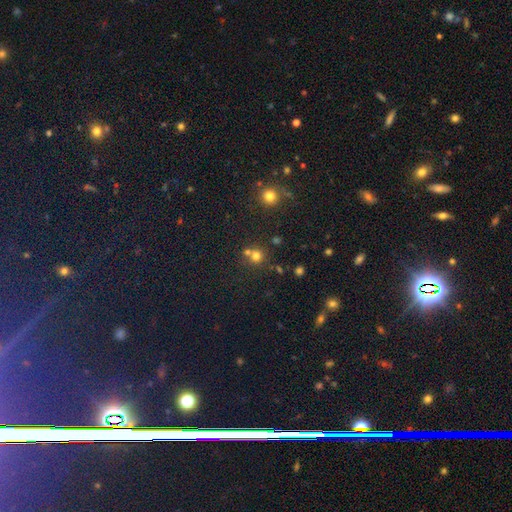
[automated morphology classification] This appears to be a smooth galaxy with no disk features (70%) that is round (88%). Merging: none (57%).